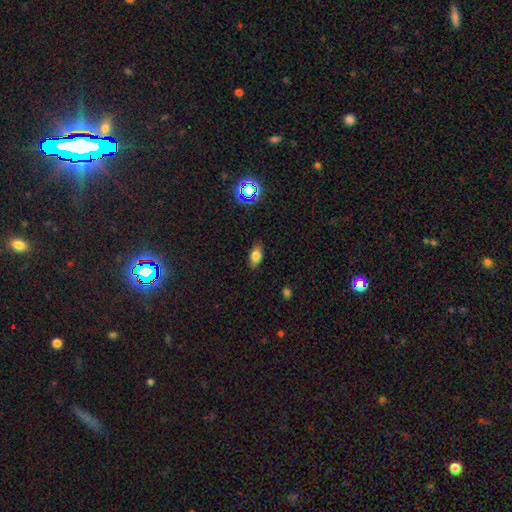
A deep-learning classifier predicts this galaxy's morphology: Smooth or featured: smooth — 76% (featured or disk — 12%)
How rounded: in between — 87% (round — 7%)
Merging: none — 85% (minor disturbance — 12%)